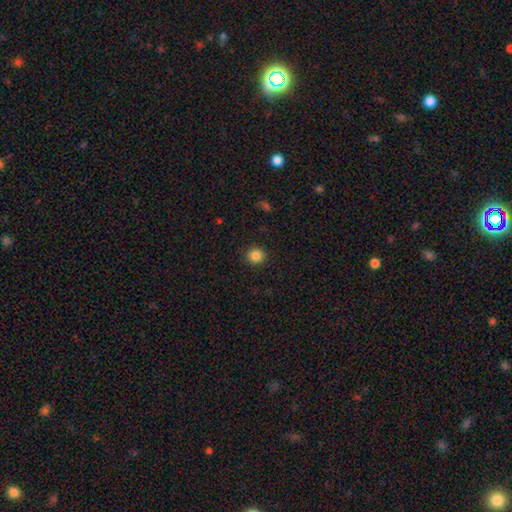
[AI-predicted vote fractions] smooth_or_featured: smooth (p=0.86) [alt: star or artifact p=0.11]
how_rounded: round (p=0.92) [alt: in between p=0.07]
merging: none (p=0.91) [alt: minor disturbance p=0.06]